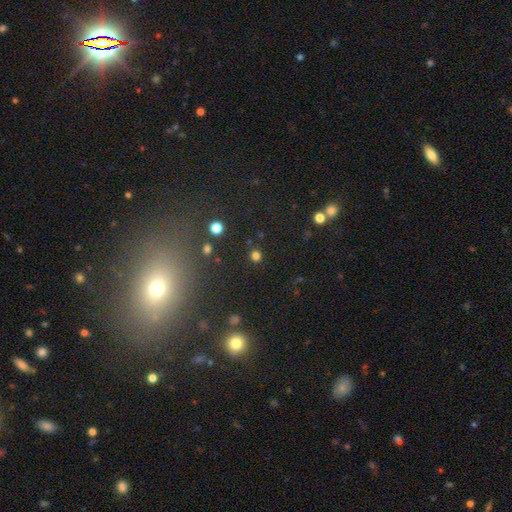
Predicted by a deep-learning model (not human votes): Smooth or featured? Predicted: smooth (p=0.75). How rounded? Predicted: round (p=0.89). Merging? Predicted: none (p=0.88).